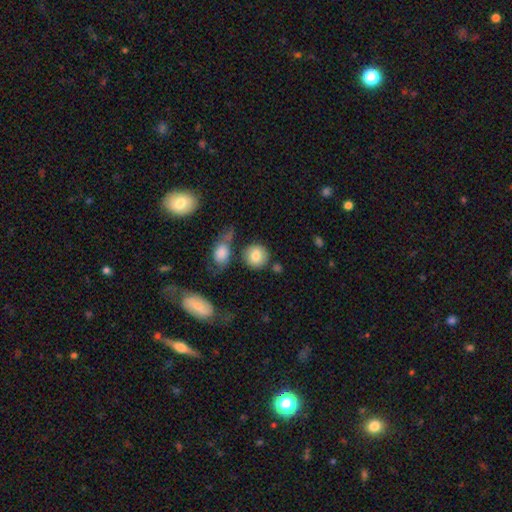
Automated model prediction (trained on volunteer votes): Smooth or featured? smooth (82%)
How rounded? round (88%)
Merging? none (74%)